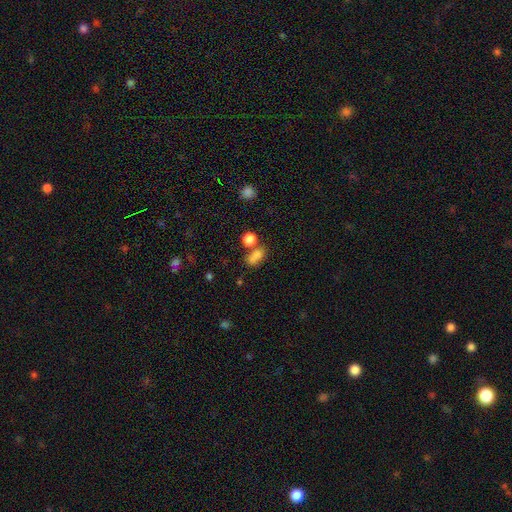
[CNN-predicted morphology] Smooth or featured?
  - smooth: 75% *
  - star or artifact: 15%
  - featured or disk: 10%
How rounded?
  - in between: 59% *
  - round: 38%
  - cigar-shaped: 3%
Merging?
  - none: 43% *
  - merger: 39%
  - minor disturbance: 12%
  - major disturbance: 7%